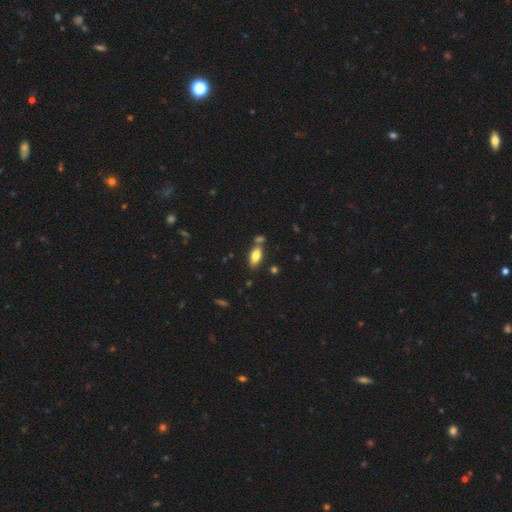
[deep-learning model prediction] This is likely a smooth galaxy (78%). How rounded: clearly in between (86%). Merging: likely none (68%).